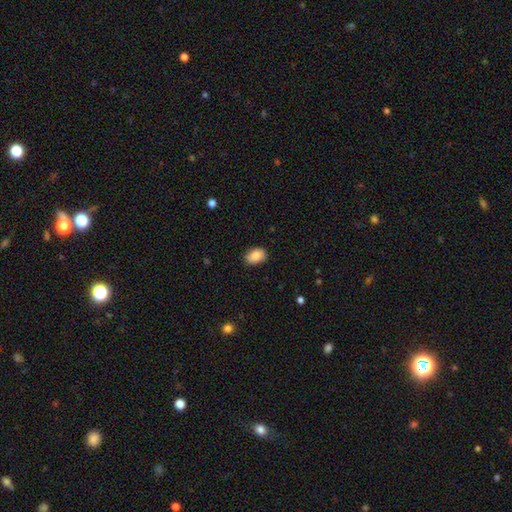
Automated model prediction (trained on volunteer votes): Smooth or featured?
  - smooth: 83% *
  - featured or disk: 9%
  - star or artifact: 7%
How rounded?
  - in between: 80% *
  - round: 19%
  - cigar-shaped: 1%
Merging?
  - none: 82% *
  - minor disturbance: 14%
  - major disturbance: 3%
  - merger: 1%